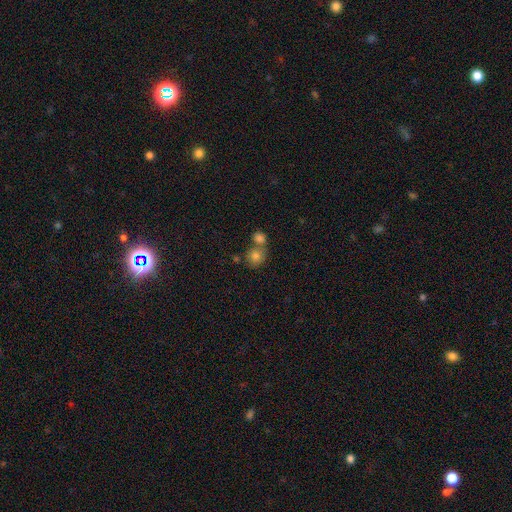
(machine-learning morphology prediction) This appears to be a smooth galaxy with no disk features (79%) that is round (79%). Merging: merger (45%).